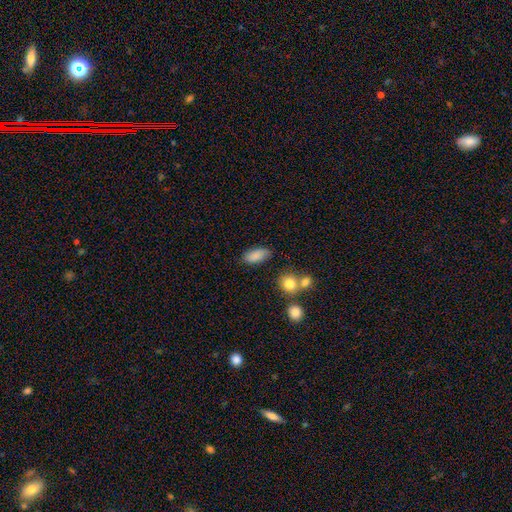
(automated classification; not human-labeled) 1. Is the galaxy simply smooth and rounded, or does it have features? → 86% smooth, 8% star or artifact, 6% featured or disk.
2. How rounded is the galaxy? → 88% in between, 8% cigar-shaped, 4% round.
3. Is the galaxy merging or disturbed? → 76% none, 15% minor disturbance, 5% merger, 4% major disturbance.